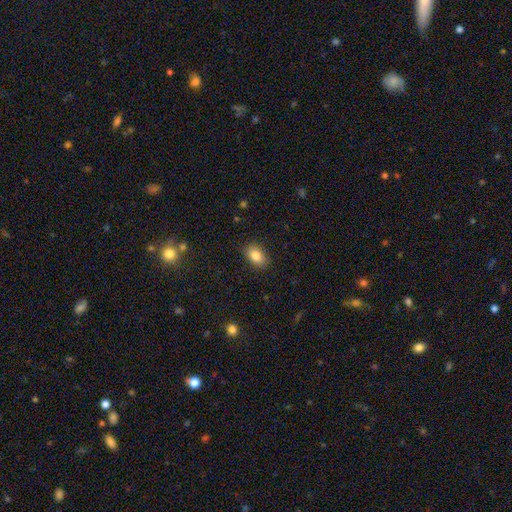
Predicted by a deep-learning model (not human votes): Q: Smooth or featured?
A: smooth (84%); runner-up: star or artifact (9%)
Q: How rounded?
A: in between (85%); runner-up: round (13%)
Q: Merging?
A: none (87%); runner-up: minor disturbance (9%)